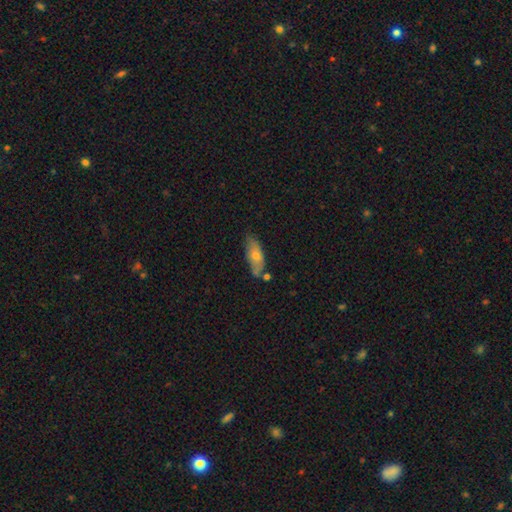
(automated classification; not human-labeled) This is likely a smooth galaxy (62%). How rounded: likely in between (71%). Merging: likely none (62%).